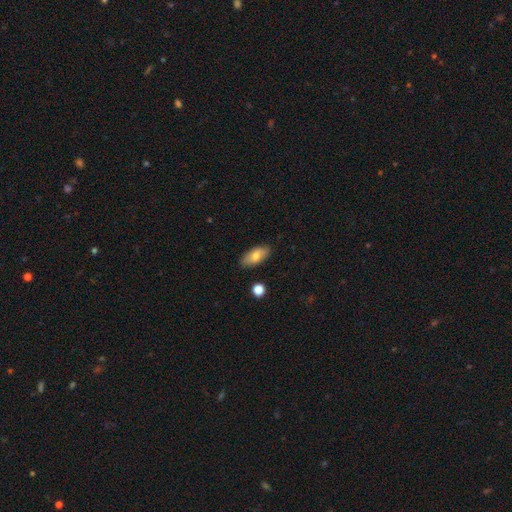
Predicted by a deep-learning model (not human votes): Overall: smooth (76%). How rounded: in between (91%). Merging: none (86%).